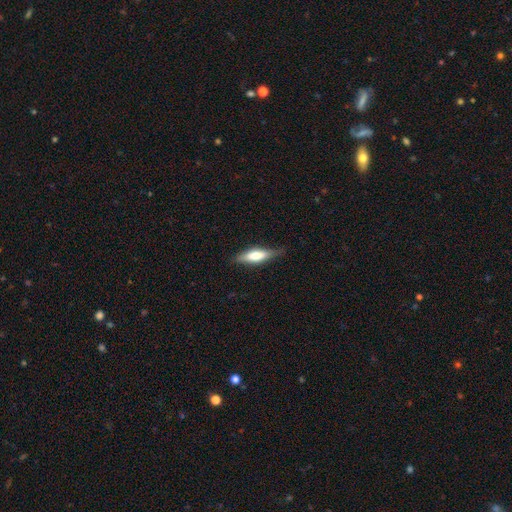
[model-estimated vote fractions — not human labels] smooth-or-featured: smooth: 56% | featured or disk: 38% | star or artifact: 6%
  how-rounded: cigar-shaped: 54% | in between: 43% | round: 2%
  merging: none: 79% | minor disturbance: 16% | major disturbance: 3% | merger: 1%